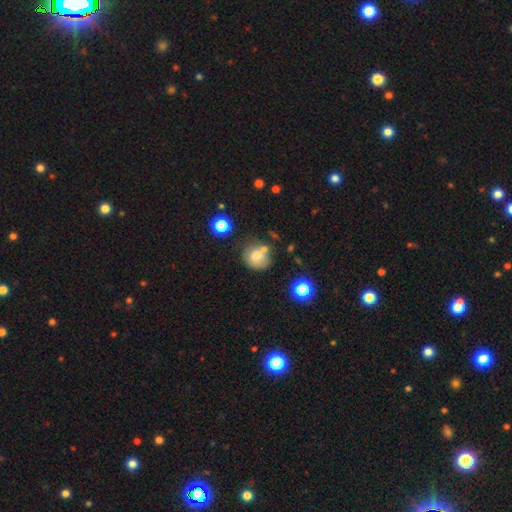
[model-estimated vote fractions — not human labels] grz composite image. It shows a smooth galaxy with no disk features (72%) that is round (80%). Merging: none (57%).